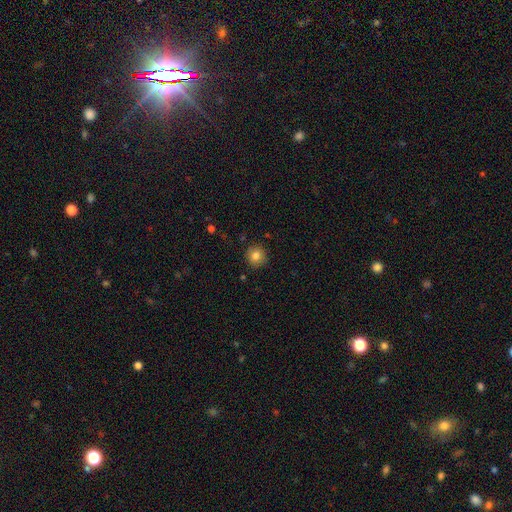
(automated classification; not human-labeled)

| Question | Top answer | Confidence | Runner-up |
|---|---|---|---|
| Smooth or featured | smooth | 83% | star or artifact (10%) |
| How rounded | round | 93% | in between (6%) |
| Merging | none | 89% | minor disturbance (7%) |